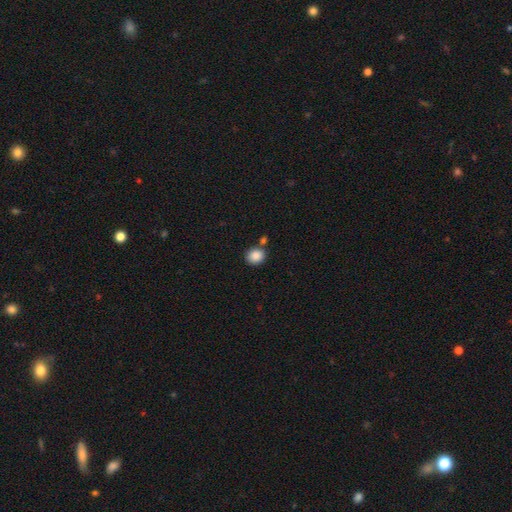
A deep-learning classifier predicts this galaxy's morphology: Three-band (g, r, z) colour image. It shows a smooth galaxy with no disk features (87%) that is round (77%). Merging: none (71%).